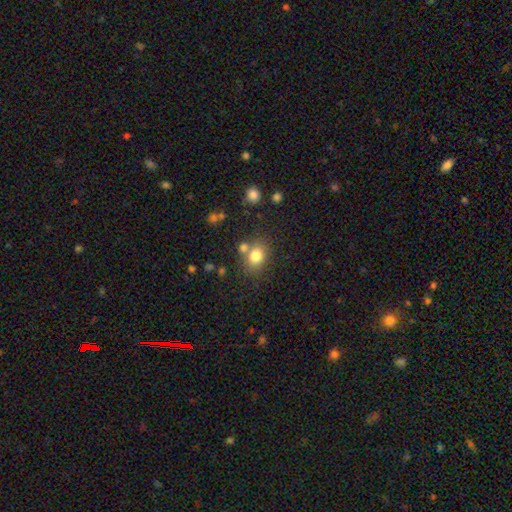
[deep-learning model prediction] Smooth or featured?
  - smooth: 80% *
  - star or artifact: 11%
  - featured or disk: 9%
How rounded?
  - in between: 50% *
  - round: 49%
  - cigar-shaped: 1%
Merging?
  - none: 64% *
  - merger: 19%
  - minor disturbance: 12%
  - major disturbance: 5%